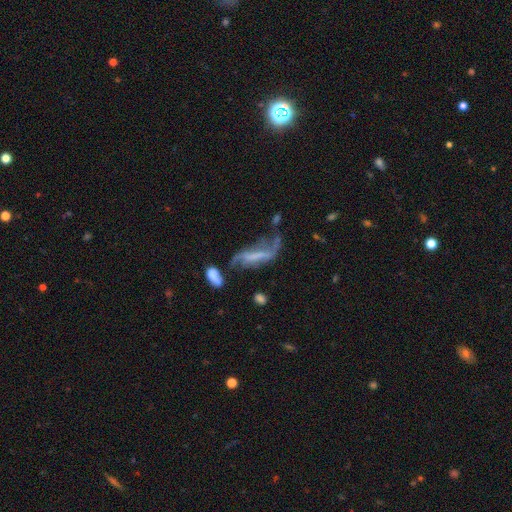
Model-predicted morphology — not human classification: A featured or disk galaxy (62%) with a strong bar (38%), spiral arms (63%) and no central bulge (63%).

Vote fractions:
- Smooth or featured? featured or disk: 62% / smooth: 26% / star or artifact: 12%
- Edge-on disk? no: 83% / yes: 17%
- Bar? strong: 38% / no: 34% / weak: 28%
- Spiral arms? yes: 63% / no: 37%
- Bulge size? none: 63% / small: 19% / moderate: 12% / large: 4% / dominant: 2%
- Merging? major disturbance: 34% / none: 28% / minor disturbance: 19% / merger: 19%